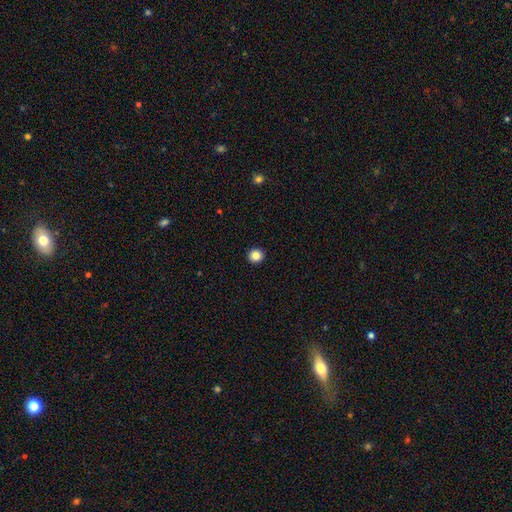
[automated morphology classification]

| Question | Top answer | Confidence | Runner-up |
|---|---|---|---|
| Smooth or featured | smooth | 85% | star or artifact (11%) |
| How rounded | round | 93% | in between (6%) |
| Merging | none | 94% | minor disturbance (4%) |